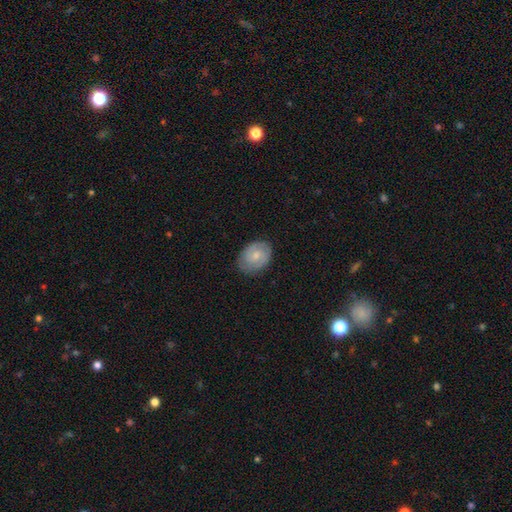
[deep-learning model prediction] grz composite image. It shows a smooth galaxy with no disk features (48%). Merging: none (81%).